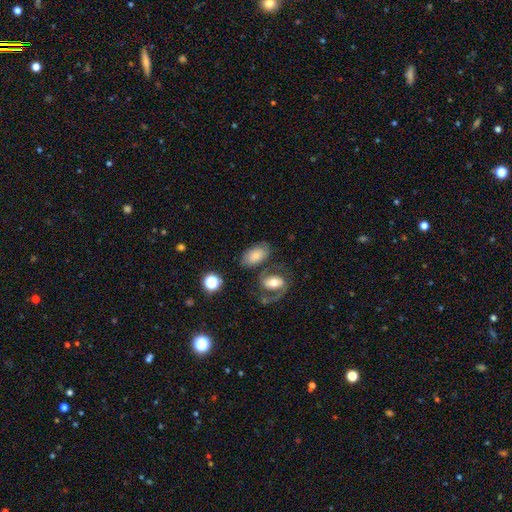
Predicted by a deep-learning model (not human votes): Q: Smooth or featured?
A: smooth (62%); runner-up: featured or disk (27%)
Q: How rounded?
A: in between (89%); runner-up: round (9%)
Q: Merging?
A: none (56%); runner-up: merger (18%)